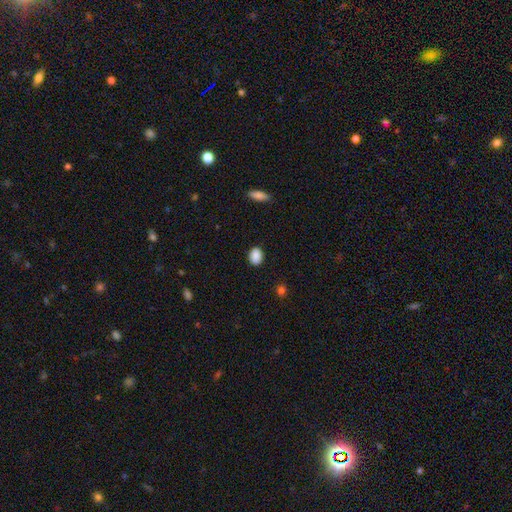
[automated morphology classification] Smooth or featured? smooth (89%)
How rounded? in between (71%)
Merging? none (88%)